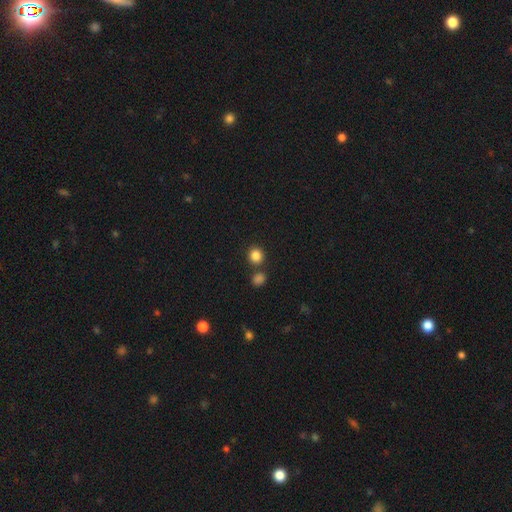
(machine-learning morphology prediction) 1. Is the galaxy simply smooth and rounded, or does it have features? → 85% smooth, 11% star or artifact, 4% featured or disk.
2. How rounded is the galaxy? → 82% round, 17% in between, 1% cigar-shaped.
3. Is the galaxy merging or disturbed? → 74% none, 15% merger, 8% minor disturbance, 3% major disturbance.